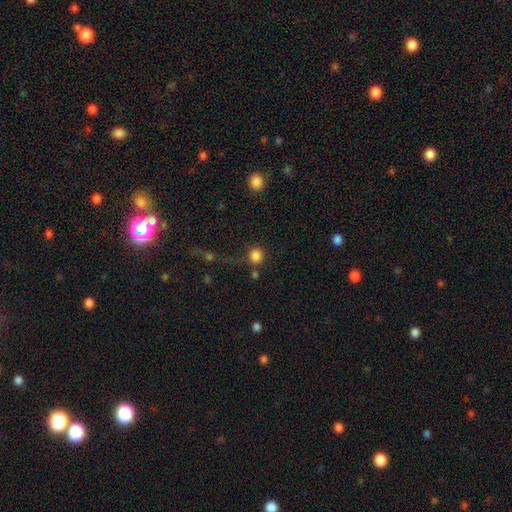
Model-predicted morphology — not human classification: Smooth or featured: smooth — 83% (star or artifact — 12%)
How rounded: round — 84% (in between — 15%)
Merging: none — 68% (minor disturbance — 14%)